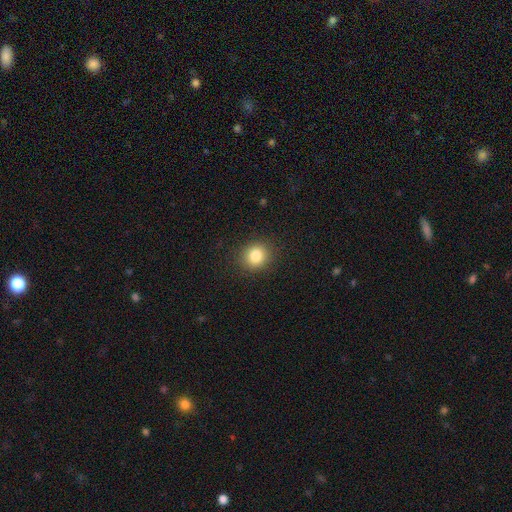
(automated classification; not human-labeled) Smooth or featured? smooth (83%)
How rounded? round (82%)
Merging? none (89%)